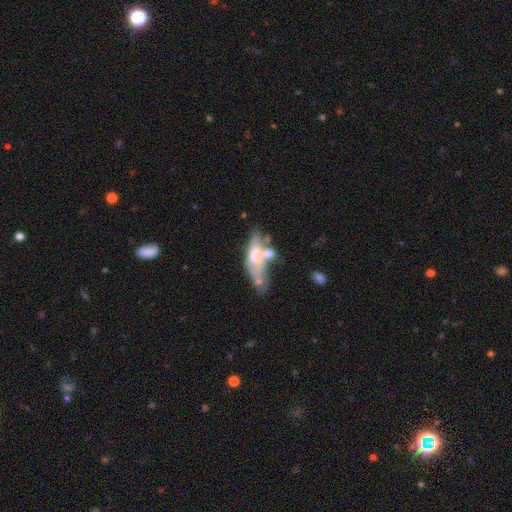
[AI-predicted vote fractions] smooth_or_featured: featured or disk (p=0.53) [alt: smooth p=0.38]
disk_edge_on: no (p=0.73) [alt: yes p=0.27]
merging: merger (p=0.50) [alt: major disturbance p=0.19]